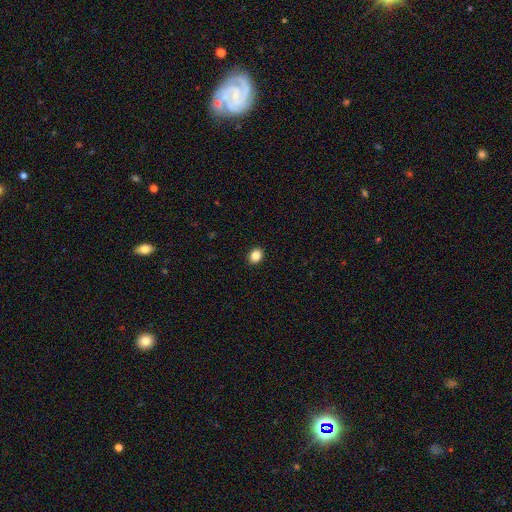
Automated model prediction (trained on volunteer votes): Morphology: type=smooth (86%); roundness=round (59%); merging=none (92%).